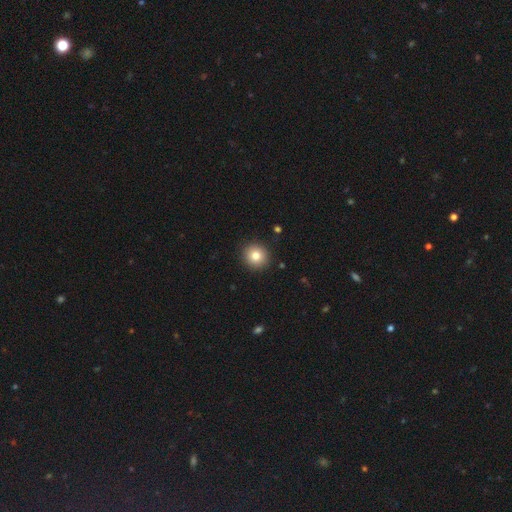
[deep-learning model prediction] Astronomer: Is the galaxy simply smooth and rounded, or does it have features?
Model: smooth — 82%.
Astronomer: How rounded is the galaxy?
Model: round — 91%.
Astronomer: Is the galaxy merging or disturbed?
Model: none — 91%.